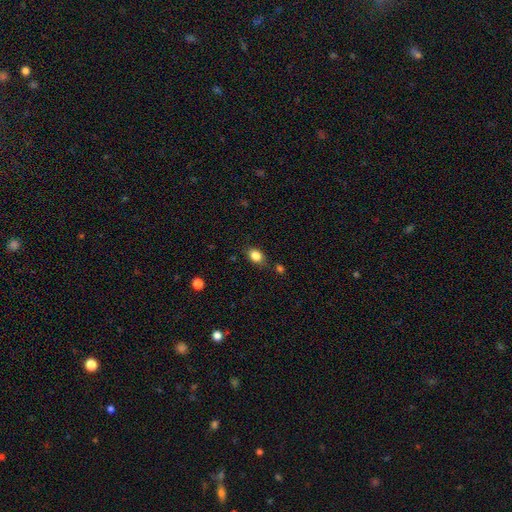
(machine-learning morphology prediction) A smooth galaxy with no disk features (84%) that is in between round and cigar-shaped (71%). Merging: none (77%).